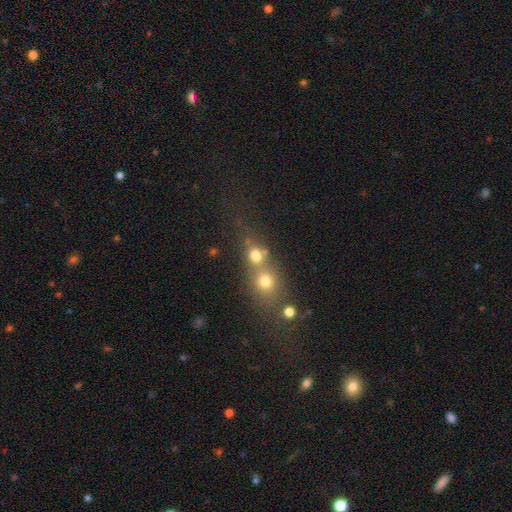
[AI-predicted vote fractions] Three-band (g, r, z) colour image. It shows a smooth galaxy with no disk features (70%) that is round (76%). Merging: merger (53%).